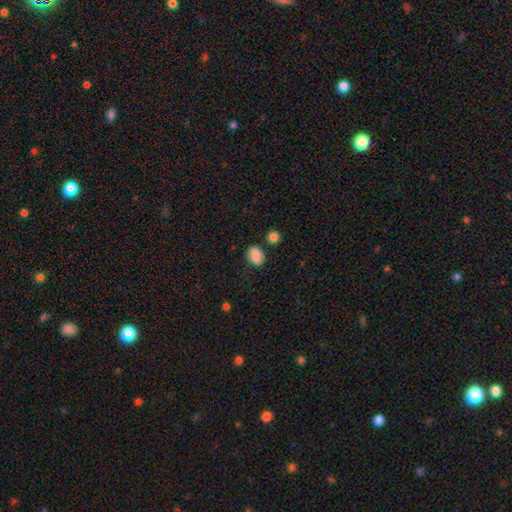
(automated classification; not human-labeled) The model was most divided on "how rounded": in between: 65%, round: 34%, cigar-shaped: 1%. More confident: smooth or featured — smooth (79%); merging — none (73%).